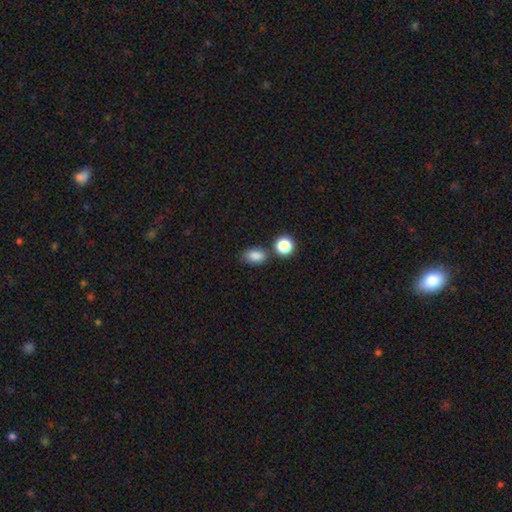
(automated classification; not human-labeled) Smooth or featured?
  - smooth: 85% *
  - star or artifact: 10%
  - featured or disk: 4%
How rounded?
  - in between: 79% *
  - round: 19%
  - cigar-shaped: 2%
Merging?
  - none: 70% *
  - minor disturbance: 14%
  - merger: 12%
  - major disturbance: 4%